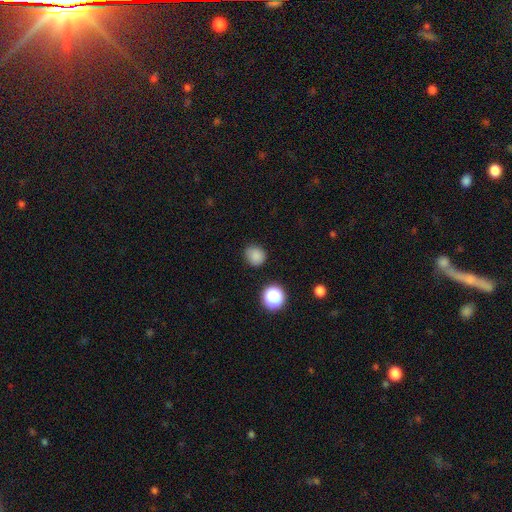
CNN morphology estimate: Overall: smooth (82%). How rounded: round (84%). Merging: none (85%).